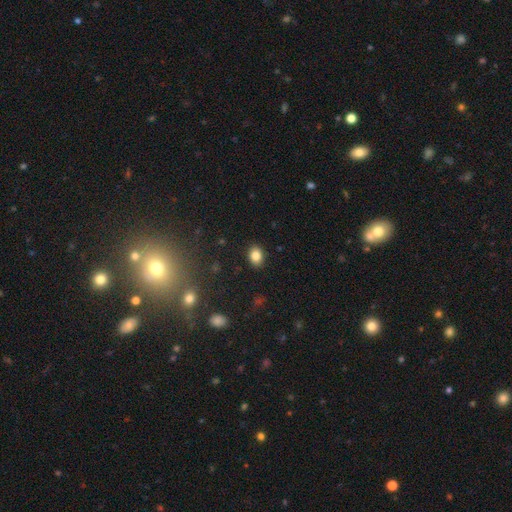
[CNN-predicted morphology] type=smooth (83%); roundness=in between (64%); merging=none (89%).